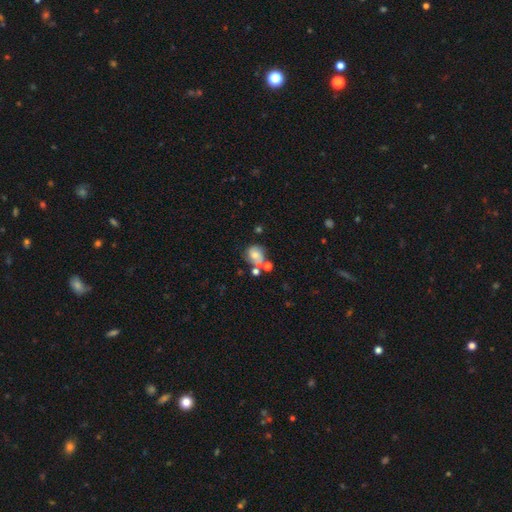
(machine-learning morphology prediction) This appears to be a smooth galaxy with no disk features (59%) that is round (61%). Merging: none (40%).